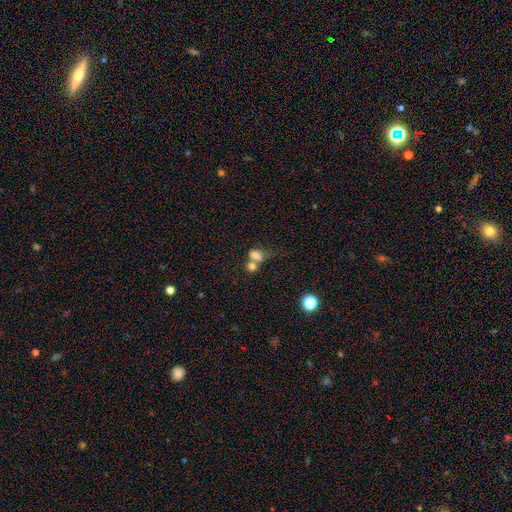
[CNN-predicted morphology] smooth-or-featured: smooth: 73% | featured or disk: 14% | star or artifact: 13%
  how-rounded: in between: 68% | round: 28% | cigar-shaped: 3%
  merging: merger: 58% | none: 23% | minor disturbance: 10% | major disturbance: 10%